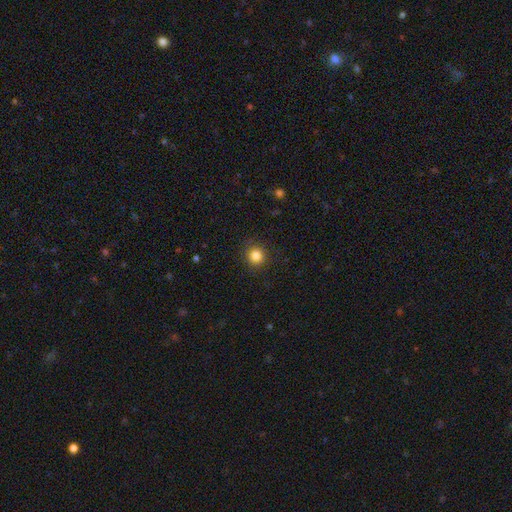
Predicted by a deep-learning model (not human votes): This appears to be a smooth galaxy with no disk features (84%) that is round (92%). Merging: none (89%).